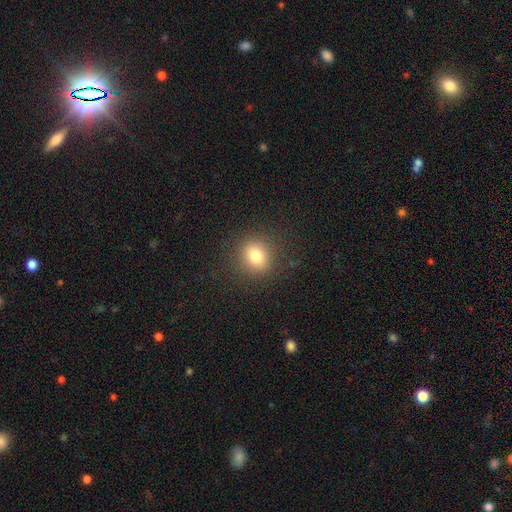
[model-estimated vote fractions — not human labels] Smooth or featured? Predicted: smooth (p=0.79). How rounded? Predicted: round (p=0.76). Merging? Predicted: none (p=0.88).